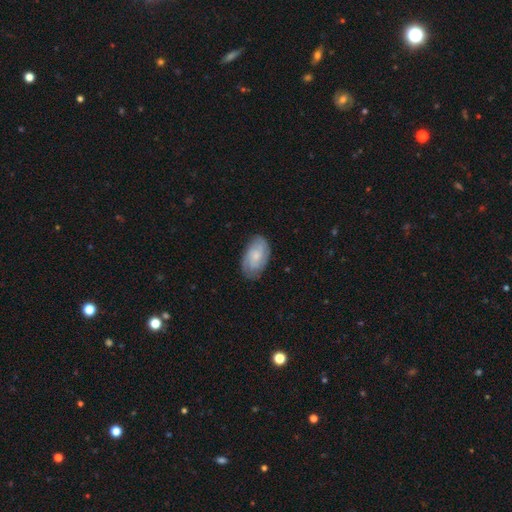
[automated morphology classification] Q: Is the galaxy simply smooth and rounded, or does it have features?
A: featured or disk — 54%.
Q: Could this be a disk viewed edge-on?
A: no — 96%.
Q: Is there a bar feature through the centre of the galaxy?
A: no — 72%.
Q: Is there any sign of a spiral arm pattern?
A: yes — 88%.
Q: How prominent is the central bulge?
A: small — 55%.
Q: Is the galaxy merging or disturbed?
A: none — 77%.